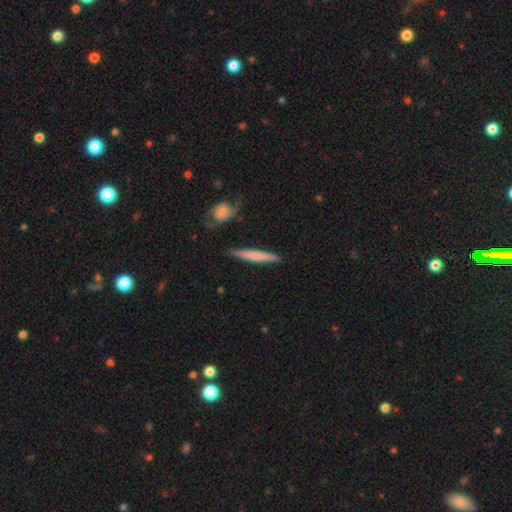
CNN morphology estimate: Smooth or featured? smooth (60%)
How rounded? cigar-shaped (94%)
Merging? none (84%)